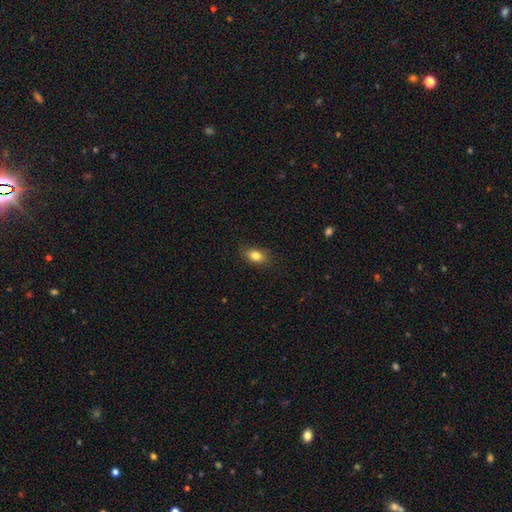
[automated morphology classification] Smooth or featured?
  - smooth: 83% *
  - star or artifact: 9%
  - featured or disk: 8%
How rounded?
  - in between: 80% *
  - round: 17%
  - cigar-shaped: 3%
Merging?
  - none: 84% *
  - minor disturbance: 12%
  - major disturbance: 3%
  - merger: 1%